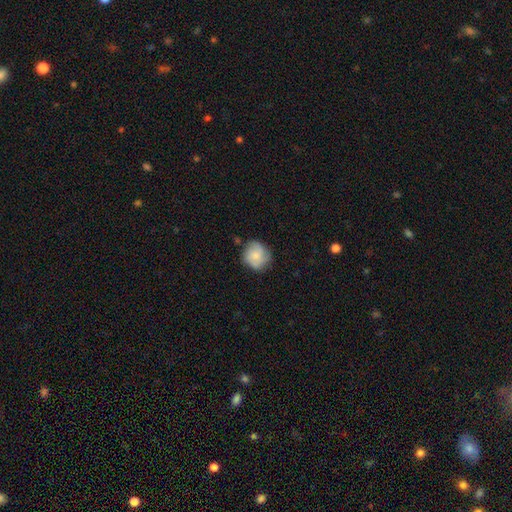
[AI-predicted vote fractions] smooth_or_featured: smooth (p=0.72) [alt: featured or disk p=0.21]
how_rounded: round (p=0.87) [alt: in between p=0.12]
merging: none (p=0.73) [alt: minor disturbance p=0.20]